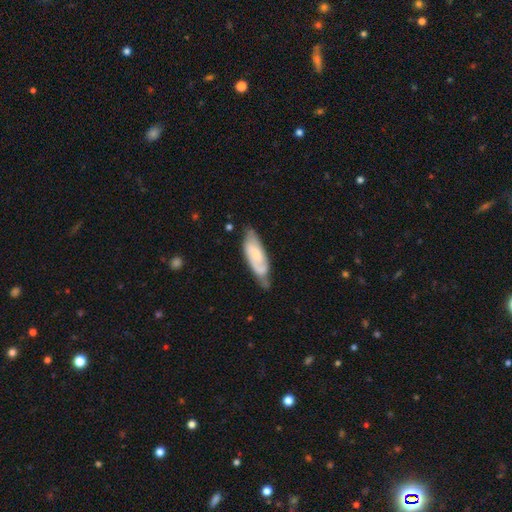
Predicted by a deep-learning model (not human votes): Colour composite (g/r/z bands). It shows a featured or disk galaxy (54%). Merging: none (53%).